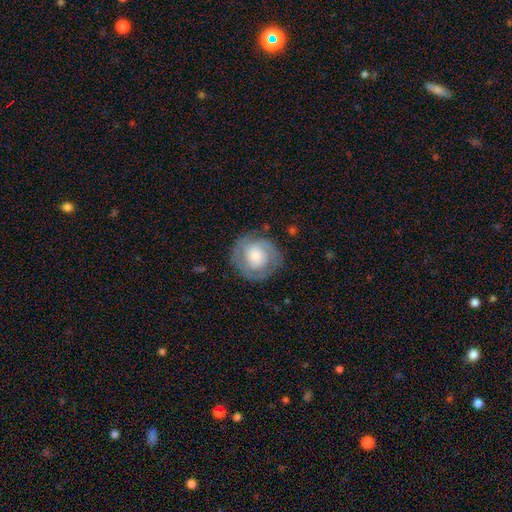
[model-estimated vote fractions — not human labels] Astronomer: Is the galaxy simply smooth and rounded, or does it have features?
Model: featured or disk — 62%.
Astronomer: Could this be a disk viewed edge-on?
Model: no — 98%.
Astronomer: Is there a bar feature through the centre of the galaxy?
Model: no — 77%.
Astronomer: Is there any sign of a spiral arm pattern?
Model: yes — 83%.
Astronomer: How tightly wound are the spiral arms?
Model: tight — 59%.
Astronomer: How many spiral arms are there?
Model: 2 — 40% (runner-up: can't tell, 32%).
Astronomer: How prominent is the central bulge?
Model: moderate — 39% (runner-up: small, 34%).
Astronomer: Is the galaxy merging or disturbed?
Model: none — 76%.